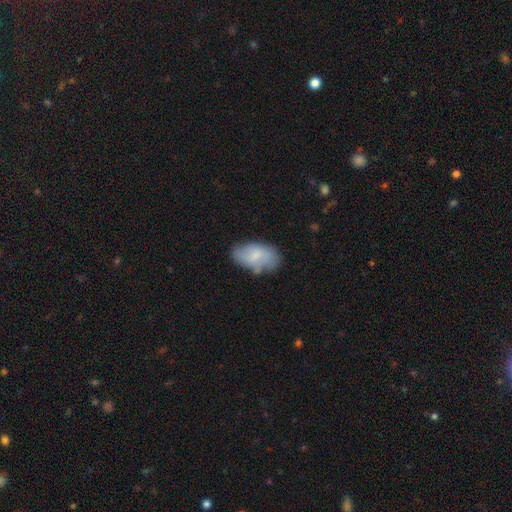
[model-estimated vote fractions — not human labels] A smooth galaxy with no disk features (64%) that is in between round and cigar-shaped (93%). Merging: none (58%).